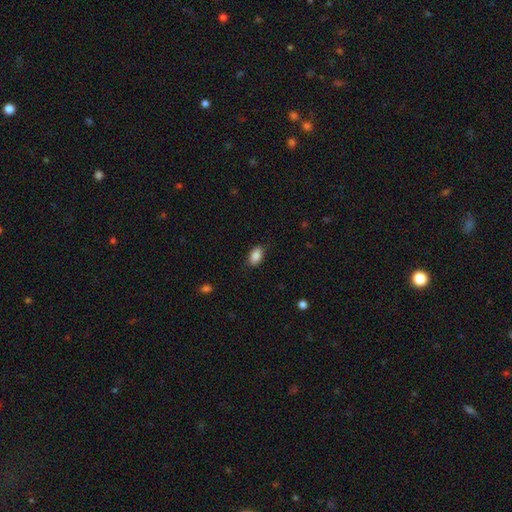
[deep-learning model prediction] Smooth or featured: smooth — 88% (star or artifact — 7%)
How rounded: in between — 91% (round — 7%)
Merging: none — 83% (minor disturbance — 13%)